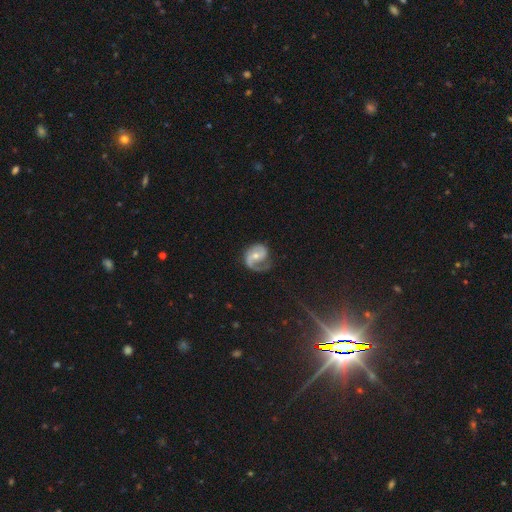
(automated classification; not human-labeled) Smooth or featured: featured or disk — 82% (smooth — 13%)
Edge-on disk: no — 98% (yes — 2%)
Bar: weak — 42% (no — 39%)
Spiral arms: yes — 95% (no — 5%)
Spiral winding: medium — 47% (tight — 28%)
Spiral arm count: 2 — 64% (1 — 29%)
Bulge size: moderate — 51% (small — 45%)
Merging: none — 59% (minor disturbance — 22%)